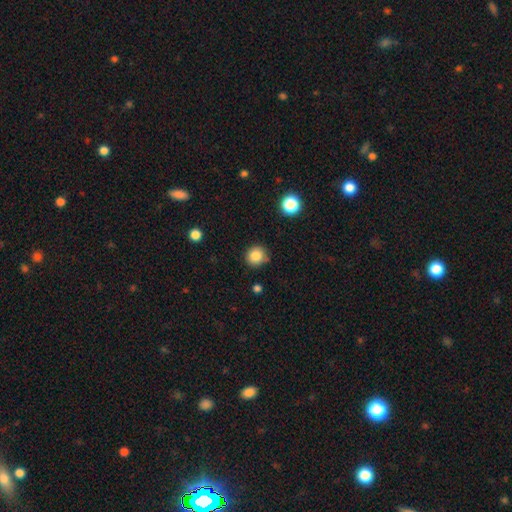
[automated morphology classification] This is clearly a smooth galaxy (85%). How rounded: clearly round (89%). Merging: clearly none (82%).